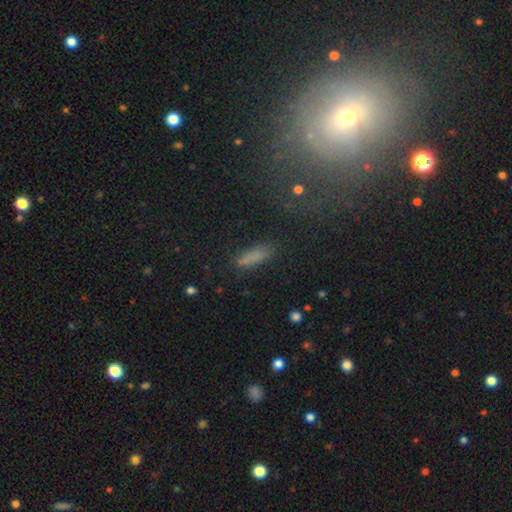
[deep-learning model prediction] smooth-or-featured: smooth: 76% | star or artifact: 14% | featured or disk: 10%
  how-rounded: cigar-shaped: 51% | in between: 45% | round: 4%
  merging: none: 75% | minor disturbance: 16% | major disturbance: 6% | merger: 4%